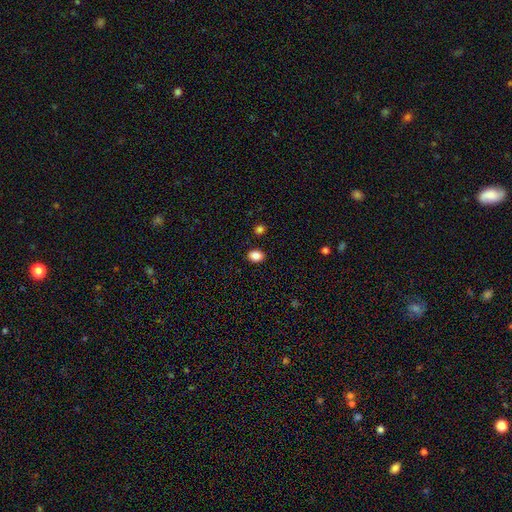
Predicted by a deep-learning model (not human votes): A smooth galaxy with no disk features (86%) that is in between round and cigar-shaped (62%). Merging: none (88%).